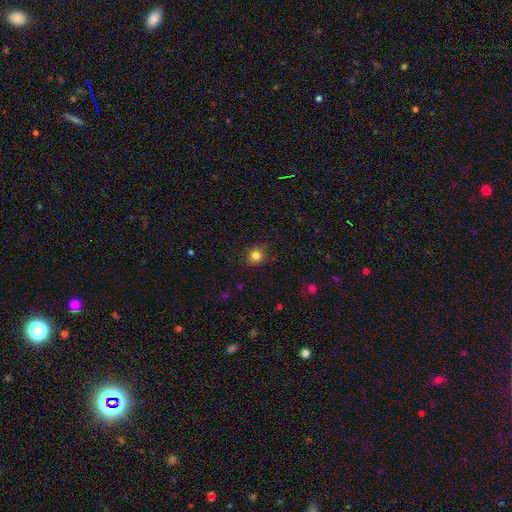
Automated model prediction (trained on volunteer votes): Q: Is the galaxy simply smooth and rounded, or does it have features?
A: smooth — 83%.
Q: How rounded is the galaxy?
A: round — 91%.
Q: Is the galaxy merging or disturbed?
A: none — 89%.